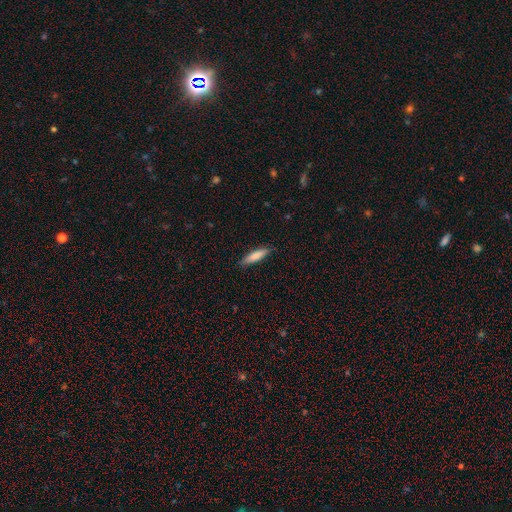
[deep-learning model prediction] Overall: smooth (78%). How rounded: cigar-shaped (78%). Merging: none (86%).